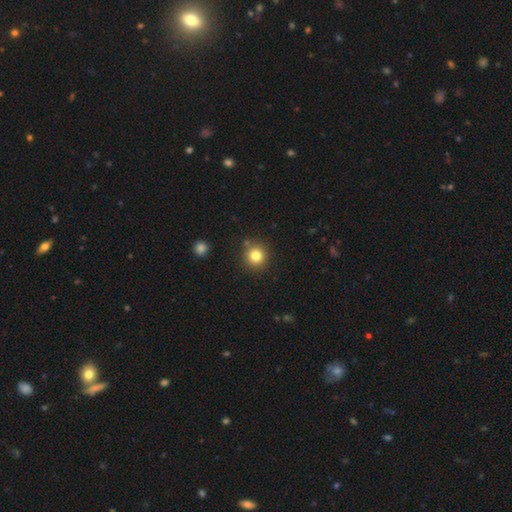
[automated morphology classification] This appears to be a smooth galaxy with no disk features (82%) that is round (93%). Merging: none (86%).